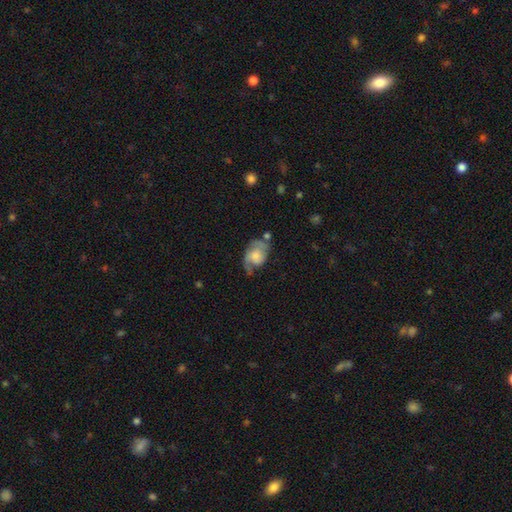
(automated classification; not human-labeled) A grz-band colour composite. It shows a featured or disk galaxy (64%) with no bar (69%), 2 (63%) medium (43%) spiral arms (87%) and a small central bulge (43%). Merging: none (42%).